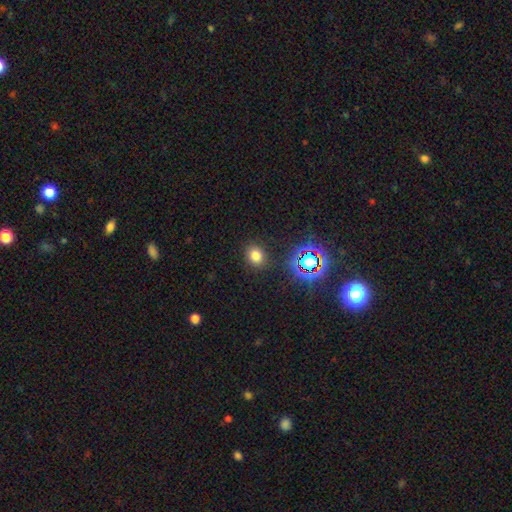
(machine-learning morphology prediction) smooth_or_featured: smooth (p=0.74) [alt: star or artifact p=0.20]
how_rounded: round (p=0.60) [alt: in between p=0.39]
merging: none (p=0.87) [alt: minor disturbance p=0.08]